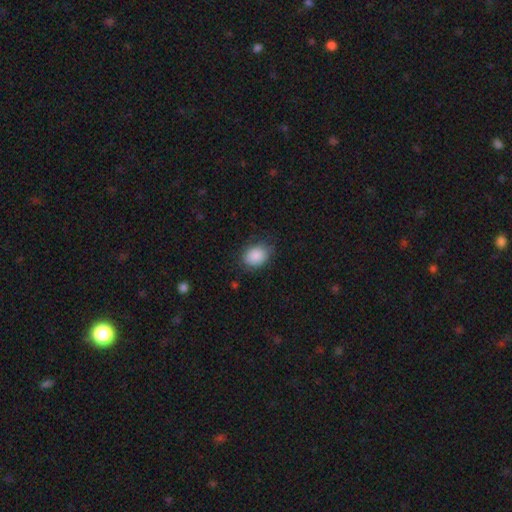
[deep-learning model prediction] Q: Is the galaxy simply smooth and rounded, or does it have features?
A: smooth — 88%.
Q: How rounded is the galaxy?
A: in between — 64%.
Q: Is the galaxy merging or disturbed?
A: none — 75%.